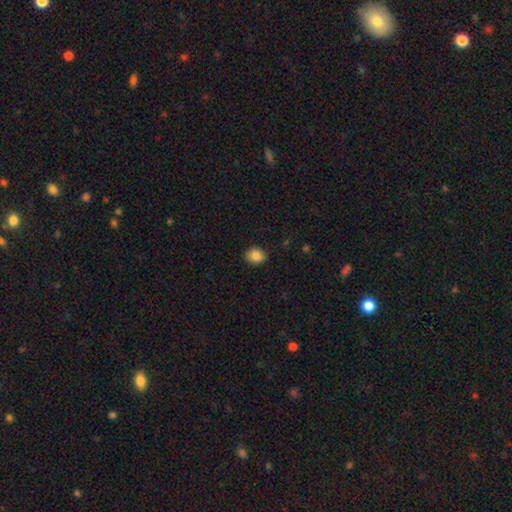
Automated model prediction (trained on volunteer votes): Smooth or featured: smooth — 86% (star or artifact — 9%)
How rounded: round — 51% (in between — 48%)
Merging: none — 89% (minor disturbance — 8%)